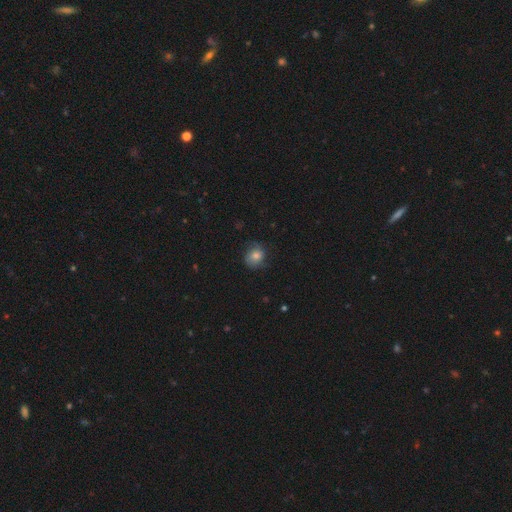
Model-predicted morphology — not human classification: Smooth or featured? Predicted: smooth (p=0.61). How rounded? Predicted: round (p=0.68). Merging? Predicted: none (p=0.64).